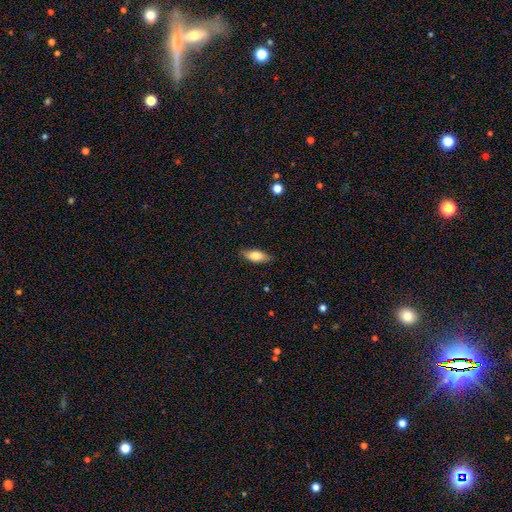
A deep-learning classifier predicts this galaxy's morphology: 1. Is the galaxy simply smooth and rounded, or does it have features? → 77% smooth, 17% featured or disk, 6% star or artifact.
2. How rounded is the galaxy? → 76% in between, 22% cigar-shaped, 3% round.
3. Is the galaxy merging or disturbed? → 84% none, 12% minor disturbance, 2% major disturbance, 1% merger.